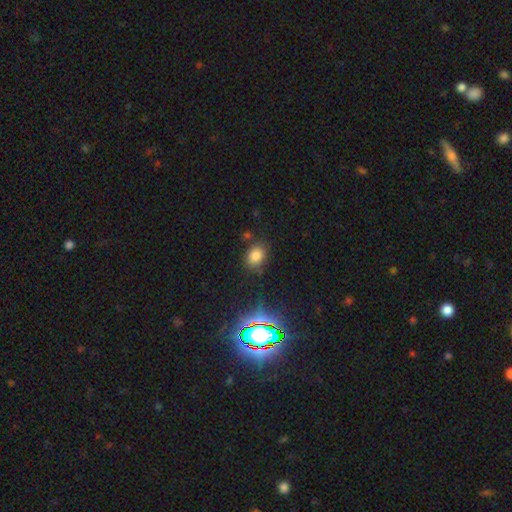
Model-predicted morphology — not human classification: Smooth or featured? smooth (76%)
How rounded? in between (62%)
Merging? none (79%)